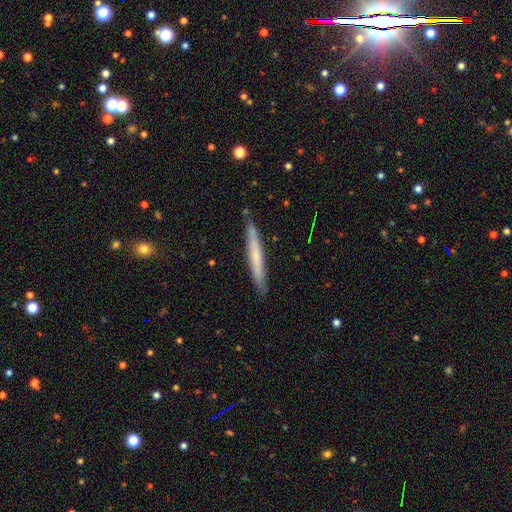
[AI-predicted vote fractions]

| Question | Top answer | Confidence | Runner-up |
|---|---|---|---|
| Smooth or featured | smooth | 52% | featured or disk (42%) |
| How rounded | cigar-shaped | 97% | in between (2%) |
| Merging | none | 88% | minor disturbance (9%) |